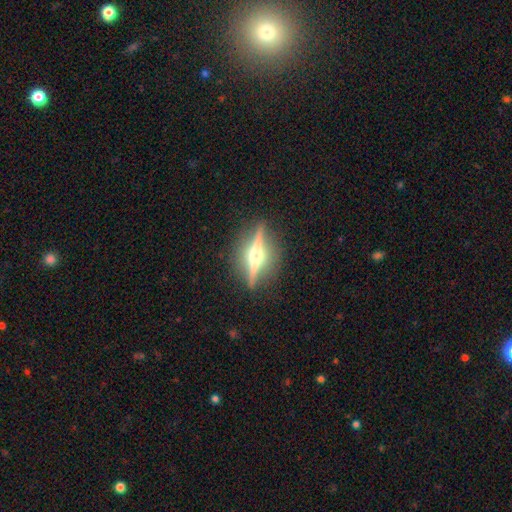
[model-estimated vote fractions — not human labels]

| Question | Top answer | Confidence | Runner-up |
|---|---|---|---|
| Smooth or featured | featured or disk | 81% | smooth (12%) |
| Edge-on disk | yes | 95% | no (5%) |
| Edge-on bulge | rounded | 93% | boxy (4%) |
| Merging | none | 86% | minor disturbance (9%) |